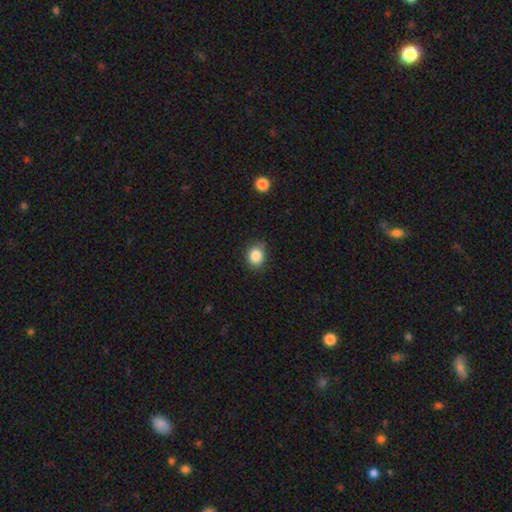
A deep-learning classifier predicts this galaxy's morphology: Smooth or featured? smooth (85%)
How rounded? round (73%)
Merging? none (82%)